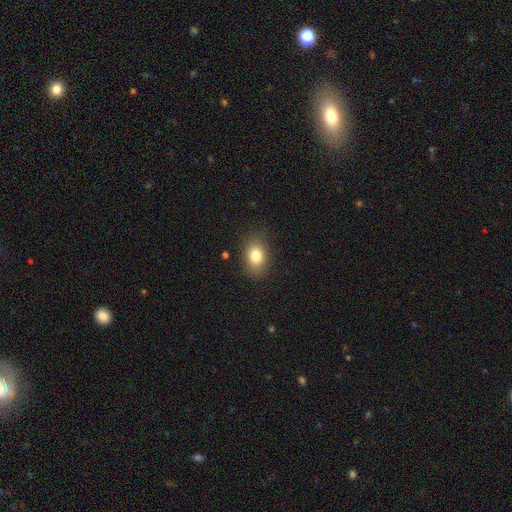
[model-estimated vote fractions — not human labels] A smooth galaxy with no disk features (81%) that is in between round and cigar-shaped (73%). Merging: none (83%).